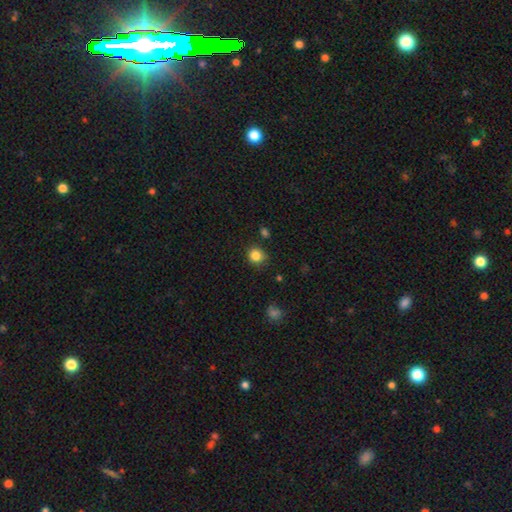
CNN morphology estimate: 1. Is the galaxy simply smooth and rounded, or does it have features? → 84% smooth, 11% star or artifact, 5% featured or disk.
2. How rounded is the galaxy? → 85% round, 15% in between, 1% cigar-shaped.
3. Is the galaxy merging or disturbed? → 82% none, 13% minor disturbance, 3% major disturbance, 3% merger.